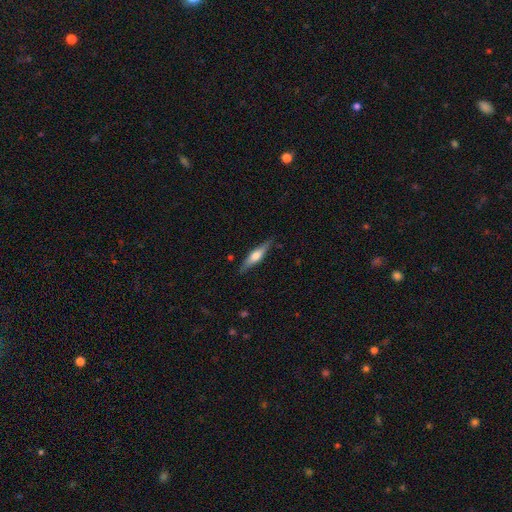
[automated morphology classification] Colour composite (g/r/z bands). It shows a featured or disk galaxy (56%) viewed edge-on (94%) with a rounded central bulge (85%). Merging: none (85%).